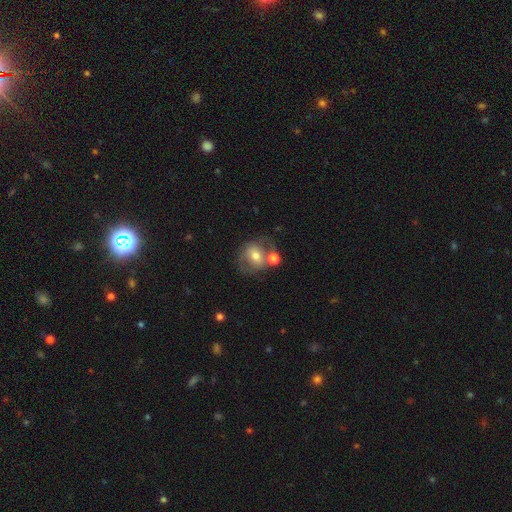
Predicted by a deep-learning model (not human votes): smooth 53%, featured or disk 38%, star or artifact 9%. Down the decision tree: how rounded — round (64%); merging — none (43%).